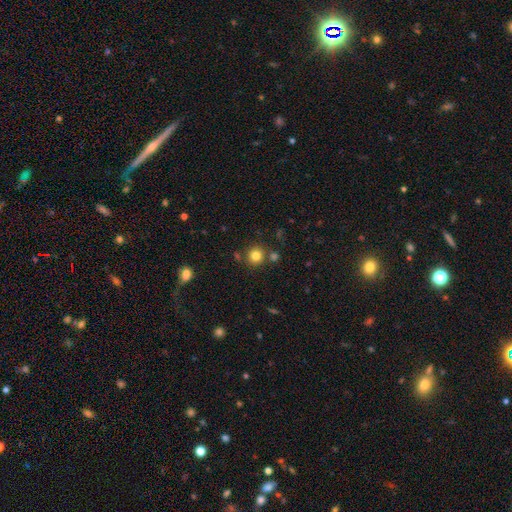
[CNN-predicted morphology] A smooth galaxy with no disk features (80%) that is round (92%). Merging: none (80%).